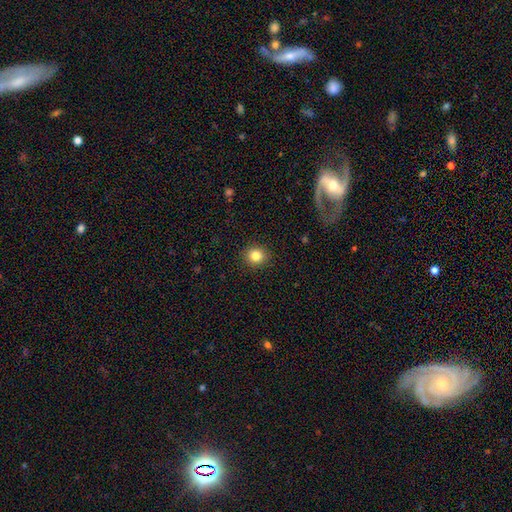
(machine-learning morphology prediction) smooth_or_featured: smooth (p=0.83) [alt: star or artifact p=0.11]
how_rounded: round (p=0.88) [alt: in between p=0.11]
merging: none (p=0.91) [alt: minor disturbance p=0.06]